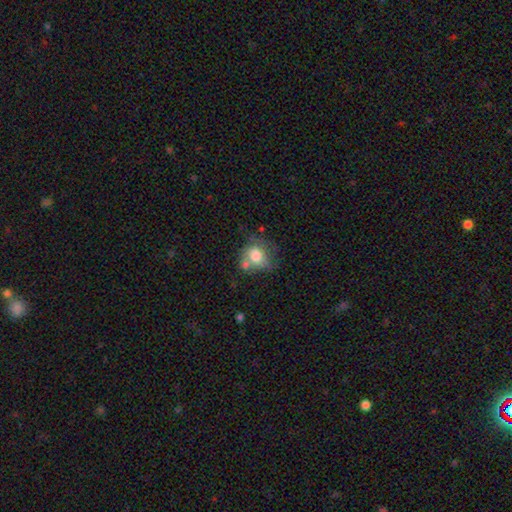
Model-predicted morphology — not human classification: Overall: smooth (73%). How rounded: round (63%; in between 36%). Merging: none (35%; merger 30%).